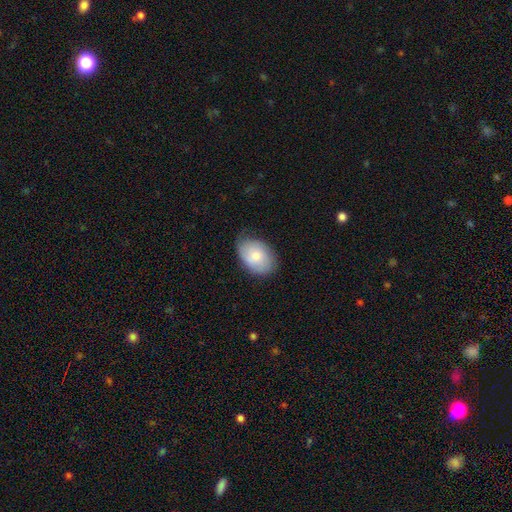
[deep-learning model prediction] This is likely a smooth galaxy (70%). How rounded: clearly in between (83%). Merging: likely none (65%).